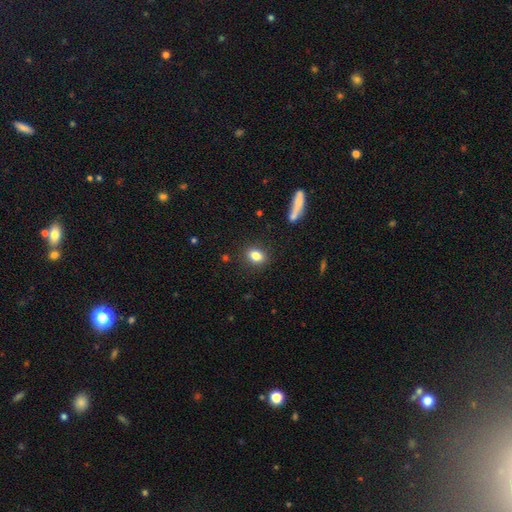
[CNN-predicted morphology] Smooth or featured? smooth (83%)
How rounded? in between (66%)
Merging? none (87%)